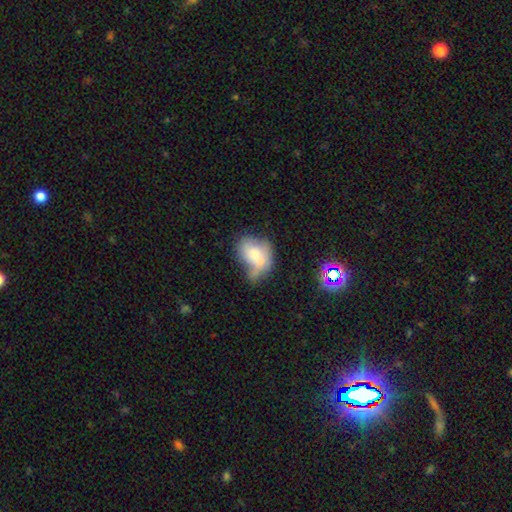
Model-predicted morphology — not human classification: This appears to be a smooth galaxy with no disk features (62%) that is in between round and cigar-shaped (73%). Merging: merger (40%).